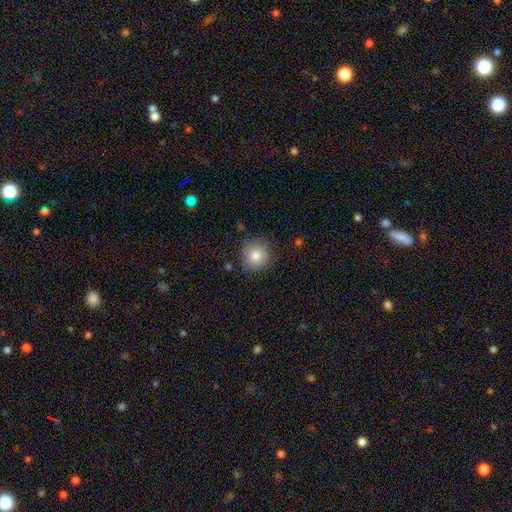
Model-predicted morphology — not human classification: This is clearly a smooth galaxy (82%). How rounded: clearly round (92%). Merging: clearly none (83%).